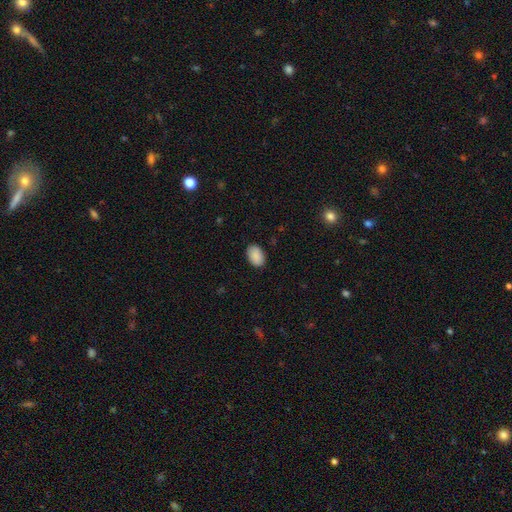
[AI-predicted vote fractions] smooth_or_featured: smooth (p=0.90) [alt: star or artifact p=0.07]
how_rounded: in between (p=0.86) [alt: round p=0.13]
merging: none (p=0.87) [alt: minor disturbance p=0.10]